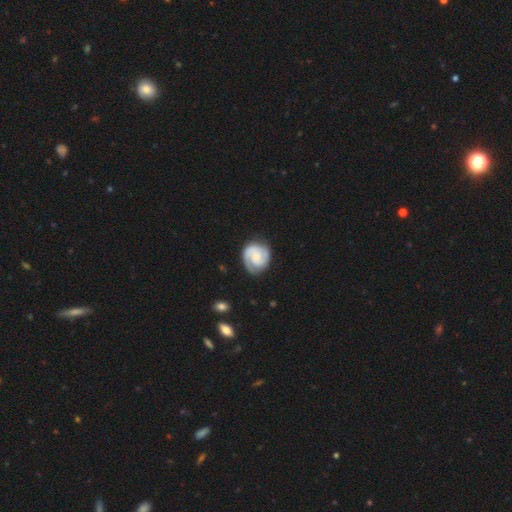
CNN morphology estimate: Q: Smooth or featured?
A: featured or disk (73%); runner-up: smooth (22%)
Q: Edge-on disk?
A: no (98%); runner-up: yes (2%)
Q: Bar?
A: no (62%); runner-up: weak (31%)
Q: Spiral arms?
A: yes (95%); runner-up: no (5%)
Q: Spiral winding?
A: tight (56%); runner-up: medium (34%)
Q: Spiral arm count?
A: 2 (68%); runner-up: 1 (14%)
Q: Bulge size?
A: small (37%); runner-up: none (32%)
Q: Merging?
A: none (74%); runner-up: minor disturbance (18%)